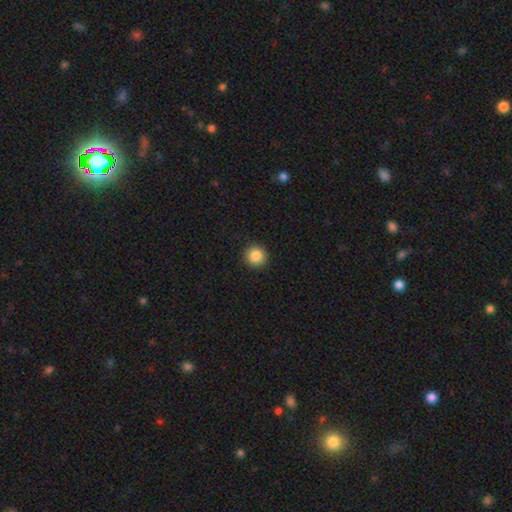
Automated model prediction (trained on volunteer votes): Morphology: type=smooth (86%); roundness=round (94%); merging=none (92%).